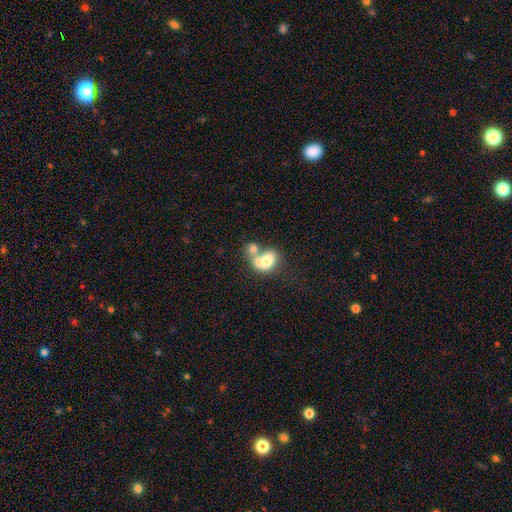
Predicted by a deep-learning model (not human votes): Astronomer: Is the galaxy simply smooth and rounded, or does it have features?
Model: smooth — 66%.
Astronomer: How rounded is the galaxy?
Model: in between — 67%.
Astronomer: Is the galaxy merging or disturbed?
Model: merger — 66%.